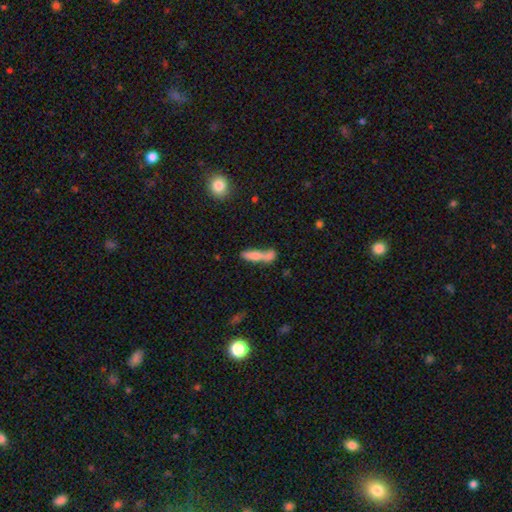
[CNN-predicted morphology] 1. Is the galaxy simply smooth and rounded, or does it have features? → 63% smooth, 27% featured or disk, 10% star or artifact.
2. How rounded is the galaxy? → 71% cigar-shaped, 25% in between, 4% round.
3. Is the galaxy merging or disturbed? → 45% merger, 37% none, 12% minor disturbance, 6% major disturbance.